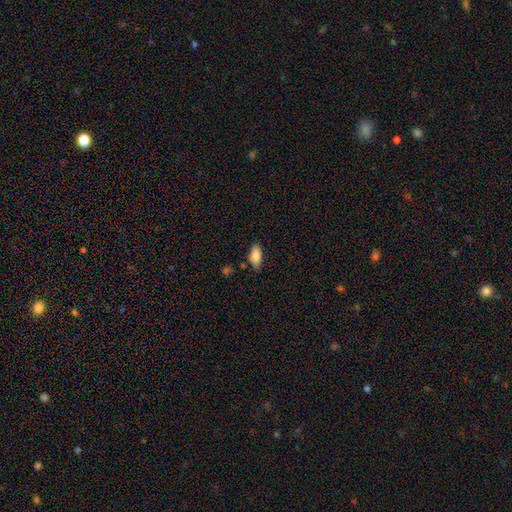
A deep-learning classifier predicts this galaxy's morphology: smooth 84%, featured or disk 9%, star or artifact 7%. Down the decision tree: how rounded — in between (85%); merging — none (77%).